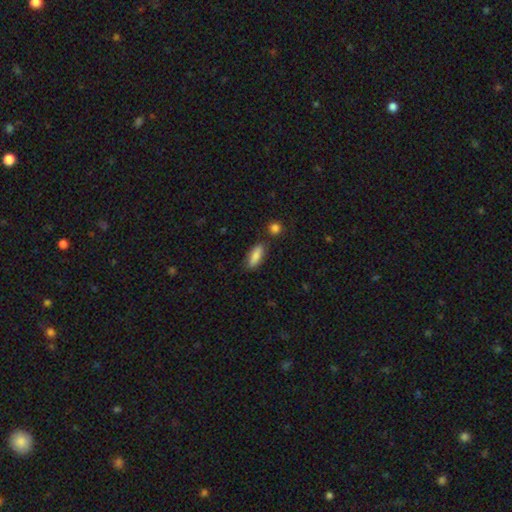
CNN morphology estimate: smooth_or_featured: smooth (p=0.84) [alt: featured or disk p=0.09]
how_rounded: in between (p=0.65) [alt: cigar-shaped p=0.32]
merging: none (p=0.80) [alt: minor disturbance p=0.12]